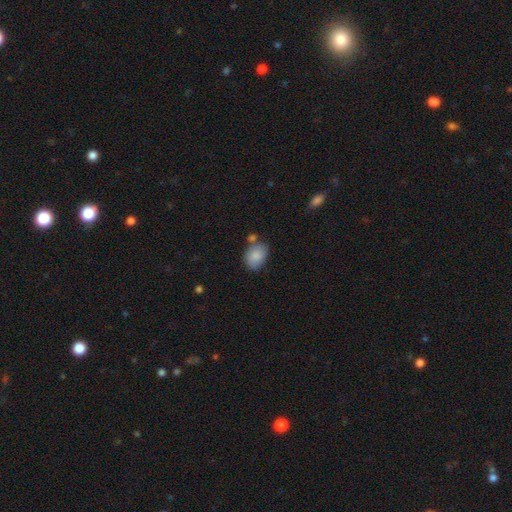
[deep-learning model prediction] smooth-or-featured: smooth: 87% | star or artifact: 7% | featured or disk: 6%
  how-rounded: in between: 71% | round: 28% | cigar-shaped: 1%
  merging: none: 63% | minor disturbance: 19% | merger: 13% | major disturbance: 5%